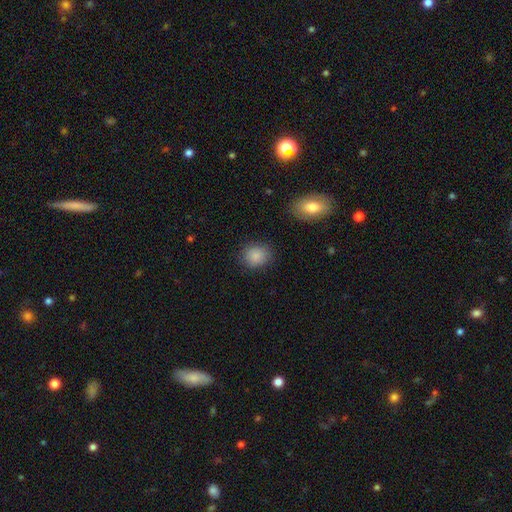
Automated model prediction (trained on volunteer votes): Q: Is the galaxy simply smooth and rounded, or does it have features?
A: smooth — 87%.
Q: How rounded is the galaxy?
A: round — 68%.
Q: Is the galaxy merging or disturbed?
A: none — 85%.